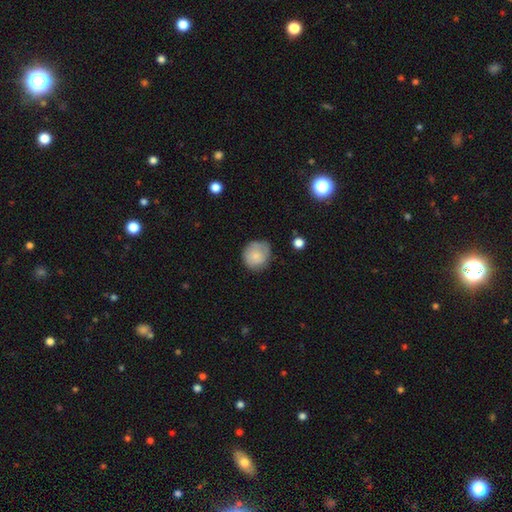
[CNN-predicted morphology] This appears to be a smooth galaxy with no disk features (79%) that is round (83%). Merging: none (68%).